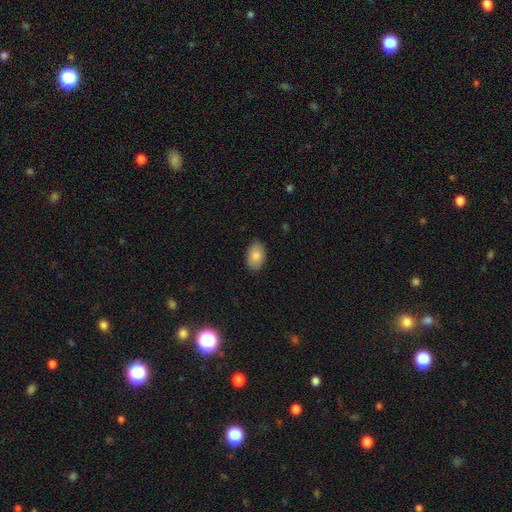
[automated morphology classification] A smooth galaxy with no disk features (87%) that is in between round and cigar-shaped (90%).

Vote fractions:
- Smooth or featured? smooth: 87% / star or artifact: 7% / featured or disk: 6%
- How rounded? in between: 90% / round: 9% / cigar-shaped: 1%
- Merging? none: 86% / minor disturbance: 10% / major disturbance: 2% / merger: 1%